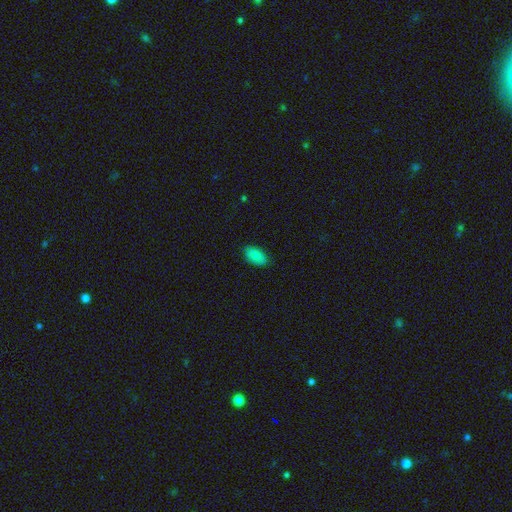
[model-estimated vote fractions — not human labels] Overall: smooth (85%). How rounded: in between (93%). Merging: none (85%).